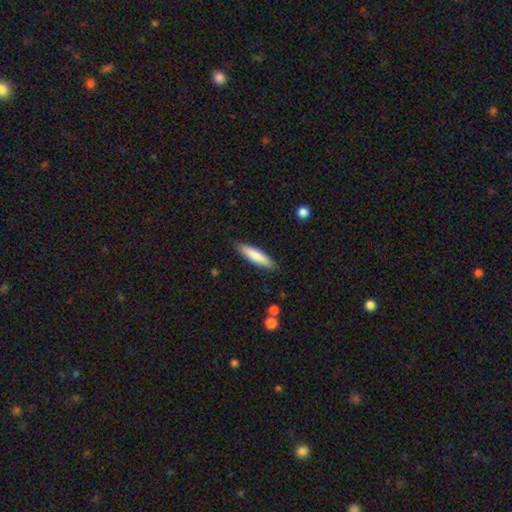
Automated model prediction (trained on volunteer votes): Q: Smooth or featured?
A: smooth (79%); runner-up: featured or disk (16%)
Q: How rounded?
A: cigar-shaped (79%); runner-up: in between (20%)
Q: Merging?
A: none (88%); runner-up: minor disturbance (9%)